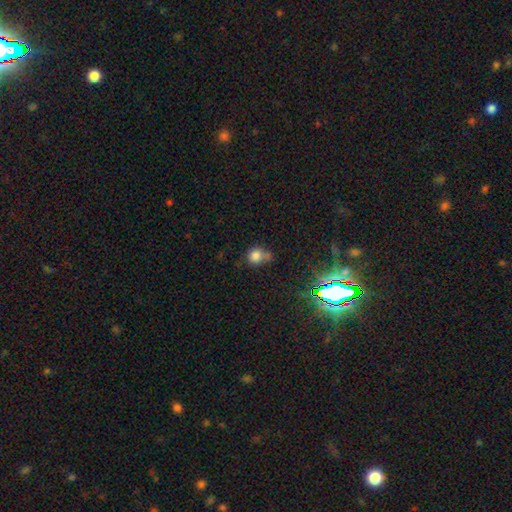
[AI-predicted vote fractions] Morphology: type=smooth (77%); roundness=round (75%); merging=none (45%).